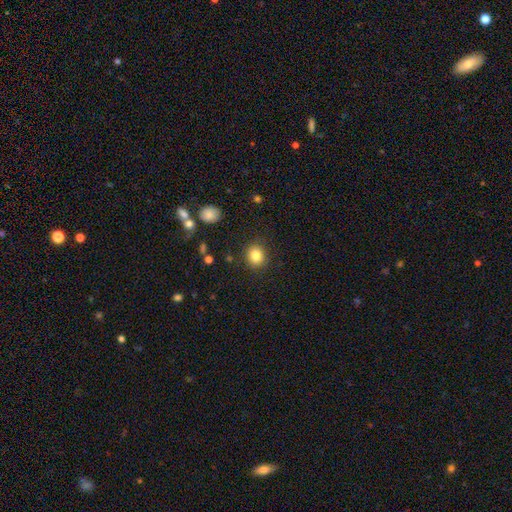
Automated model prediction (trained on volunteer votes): smooth-or-featured: smooth: 83% | star or artifact: 10% | featured or disk: 6%
  how-rounded: round: 78% | in between: 21% | cigar-shaped: 1%
  merging: none: 88% | minor disturbance: 8% | major disturbance: 3% | merger: 1%